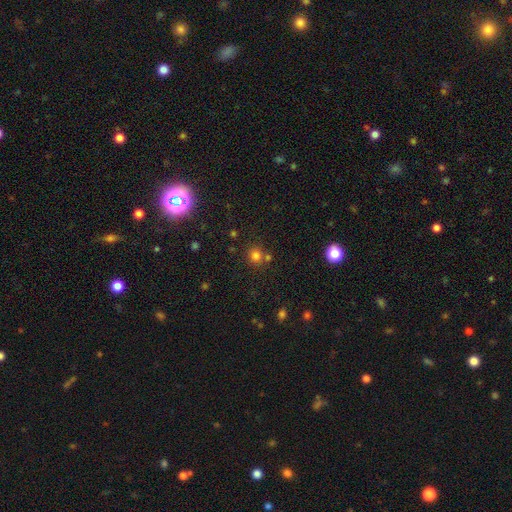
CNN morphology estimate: smooth_or_featured: smooth (p=0.75) [alt: star or artifact p=0.19]
how_rounded: round (p=0.88) [alt: in between p=0.11]
merging: none (p=0.70) [alt: merger p=0.18]